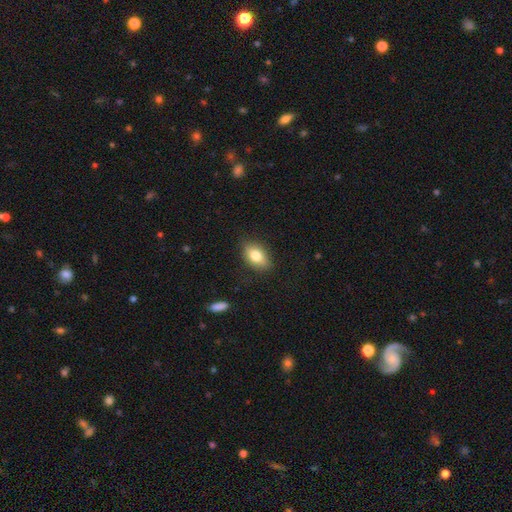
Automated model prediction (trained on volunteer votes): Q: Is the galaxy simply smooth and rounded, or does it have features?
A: smooth — 79%.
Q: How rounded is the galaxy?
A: in between — 87%.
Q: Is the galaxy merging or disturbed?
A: none — 82%.